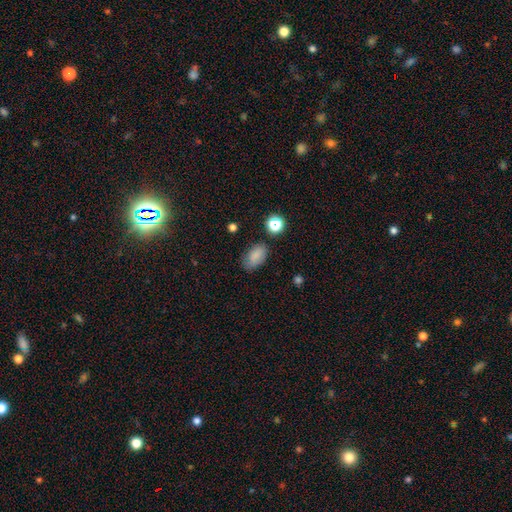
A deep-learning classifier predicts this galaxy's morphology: The model was most divided on "merging": none: 74%, minor disturbance: 18%, major disturbance: 5%, merger: 3%. More confident: how rounded — in between (89%); smooth or featured — smooth (82%).